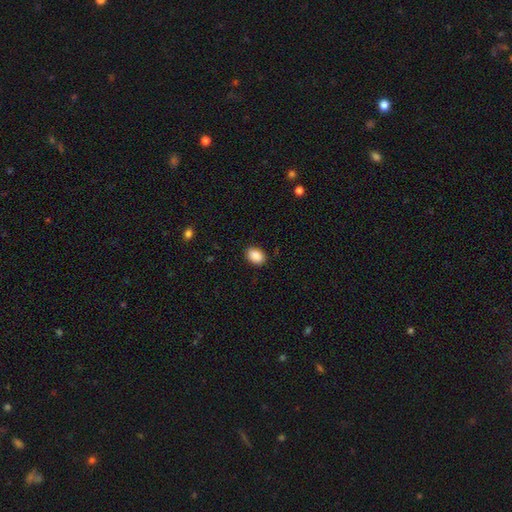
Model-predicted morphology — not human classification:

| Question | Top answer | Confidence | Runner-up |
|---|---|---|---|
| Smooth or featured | smooth | 89% | star or artifact (7%) |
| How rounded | in between | 81% | round (17%) |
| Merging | none | 86% | minor disturbance (10%) |